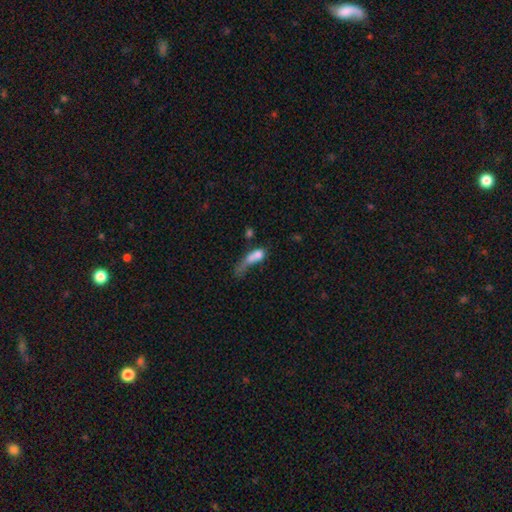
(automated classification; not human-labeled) smooth 65%, featured or disk 24%, star or artifact 11%. Down the decision tree: how rounded — in between (59%); merging — major disturbance (50%).